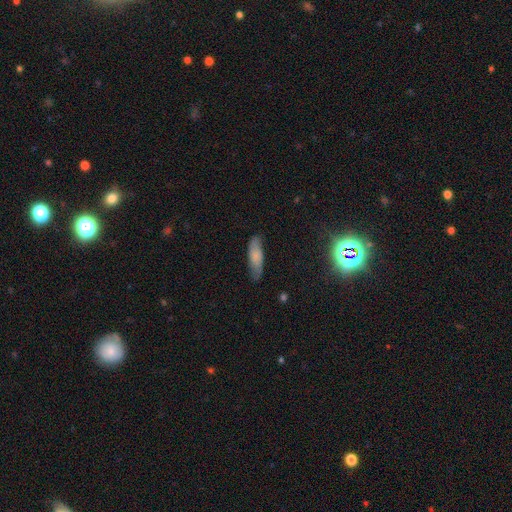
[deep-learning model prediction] Smooth or featured? Predicted: smooth (p=0.73). How rounded? Predicted: in between (p=0.50). Merging? Predicted: none (p=0.76).